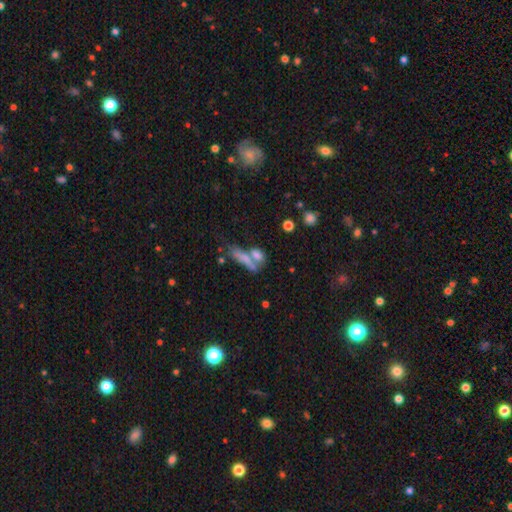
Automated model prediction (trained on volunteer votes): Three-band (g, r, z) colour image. It shows a smooth galaxy with no disk features (70%) that is in between round and cigar-shaped (50%). Merging: merger (48%).